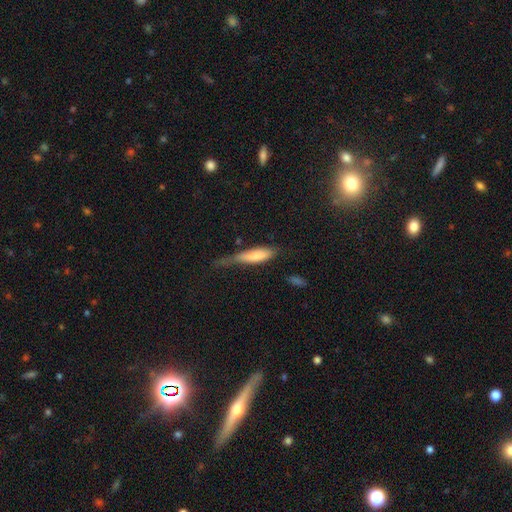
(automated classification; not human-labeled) Smooth or featured: smooth — 72% (featured or disk — 21%)
How rounded: cigar-shaped — 69% (in between — 29%)
Merging: minor disturbance — 38% (none — 34%)